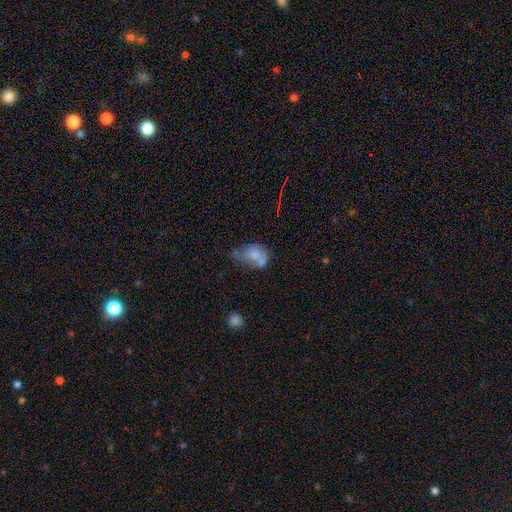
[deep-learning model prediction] smooth 62%, featured or disk 28%, star or artifact 10%. Down the decision tree: how rounded — in between (76%); merging — minor disturbance (30%).